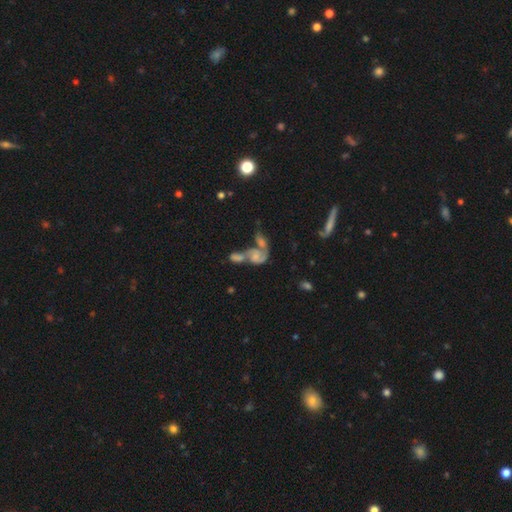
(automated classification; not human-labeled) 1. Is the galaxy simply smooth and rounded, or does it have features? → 59% featured or disk, 29% smooth, 12% star or artifact.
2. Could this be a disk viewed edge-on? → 96% no, 4% yes.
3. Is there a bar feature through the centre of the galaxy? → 74% no, 21% weak, 6% strong.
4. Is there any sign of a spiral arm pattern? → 73% yes, 27% no.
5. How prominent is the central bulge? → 36% small, 32% none, 24% moderate, 5% large, 2% dominant.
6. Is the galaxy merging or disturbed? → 71% merger, 12% none, 10% major disturbance, 7% minor disturbance.